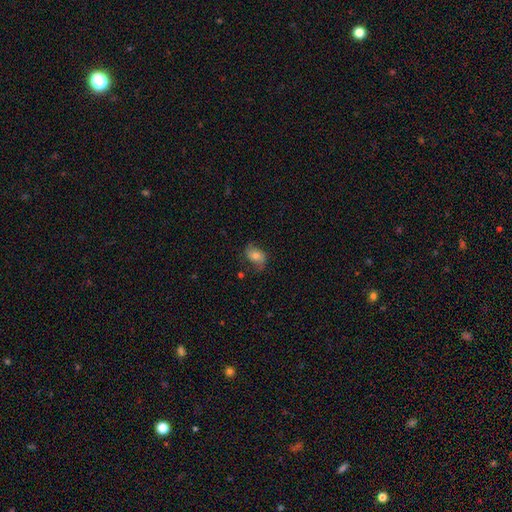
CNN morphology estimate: Smooth or featured: smooth — 62% (featured or disk — 29%)
How rounded: in between — 77% (round — 21%)
Merging: none — 63% (minor disturbance — 25%)